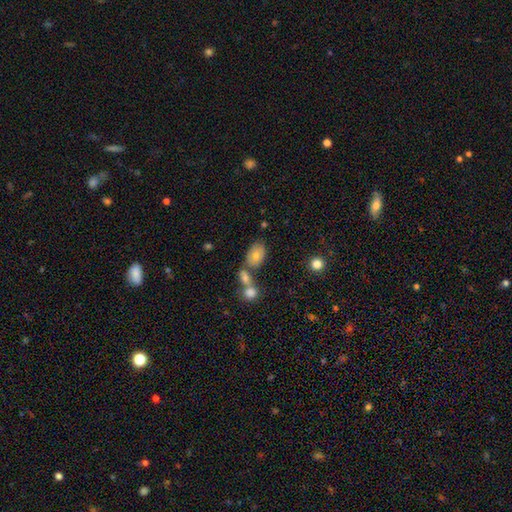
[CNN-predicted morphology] Smooth or featured?
  - smooth: 65% *
  - featured or disk: 22%
  - star or artifact: 13%
How rounded?
  - in between: 83% *
  - round: 15%
  - cigar-shaped: 2%
Merging?
  - none: 55% *
  - merger: 26%
  - minor disturbance: 14%
  - major disturbance: 5%